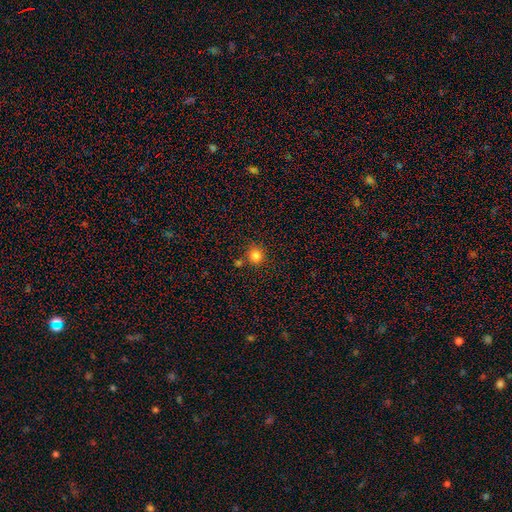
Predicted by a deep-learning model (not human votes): Smooth or featured?
  - smooth: 83% *
  - star or artifact: 12%
  - featured or disk: 5%
How rounded?
  - round: 89% *
  - in between: 10%
  - cigar-shaped: 1%
Merging?
  - none: 76% *
  - merger: 11%
  - minor disturbance: 10%
  - major disturbance: 3%